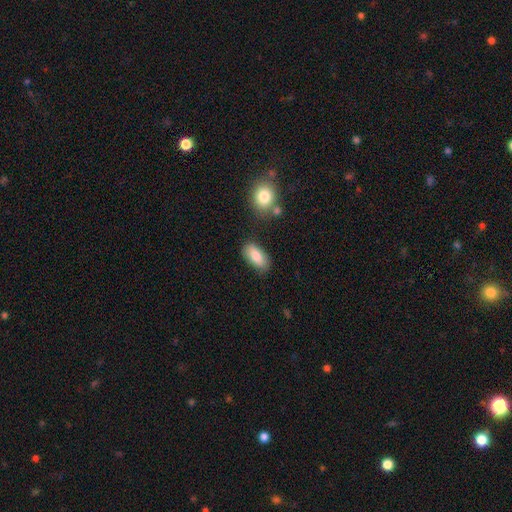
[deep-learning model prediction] Q: Smooth or featured?
A: smooth (84%); runner-up: featured or disk (9%)
Q: How rounded?
A: in between (90%); runner-up: cigar-shaped (6%)
Q: Merging?
A: none (77%); runner-up: minor disturbance (15%)